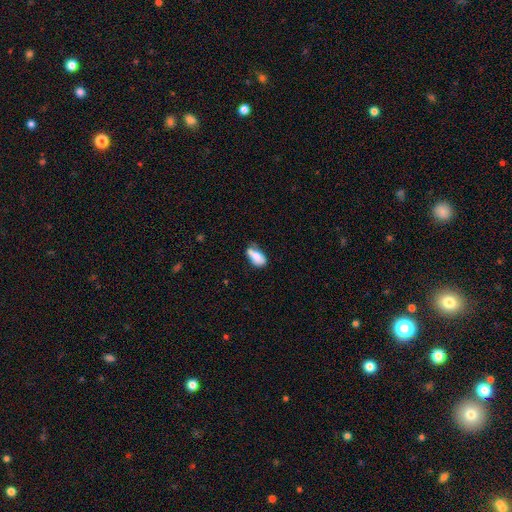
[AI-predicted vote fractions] A smooth galaxy with no disk features (71%) that is in between round and cigar-shaped (89%). Merging: none (43%).